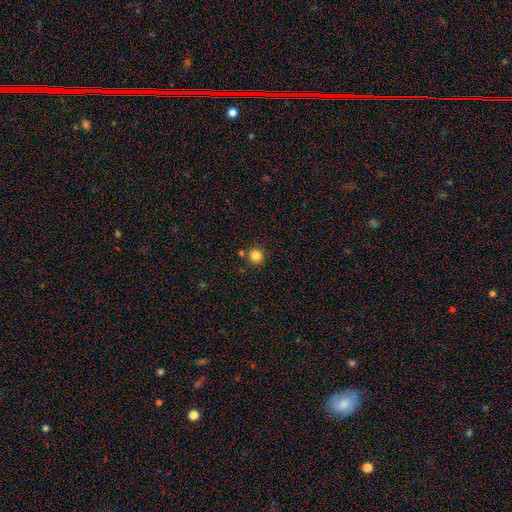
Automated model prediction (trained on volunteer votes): This is clearly a smooth galaxy (84%). How rounded: clearly round (95%). Merging: clearly none (86%).